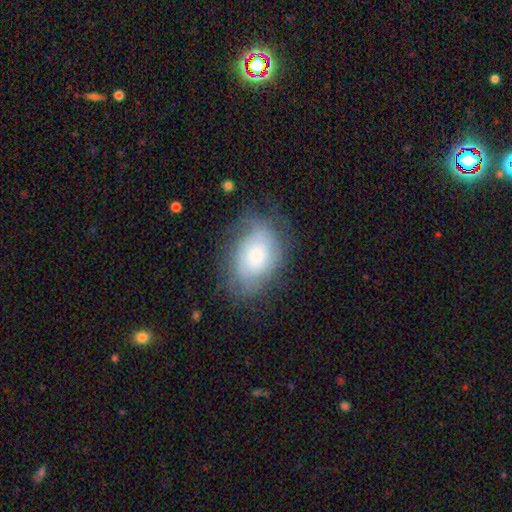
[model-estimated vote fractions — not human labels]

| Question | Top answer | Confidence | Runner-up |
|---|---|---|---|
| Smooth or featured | featured or disk | 50% | smooth (41%) |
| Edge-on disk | no | 95% | yes (5%) |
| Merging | none | 64% | minor disturbance (23%) |